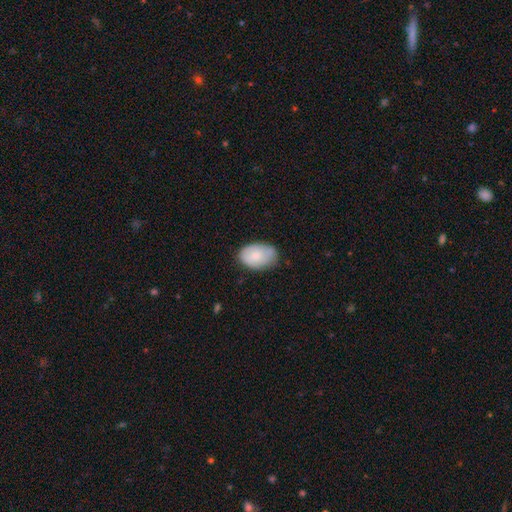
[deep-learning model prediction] This appears to be a smooth galaxy with no disk features (76%) that is in between round and cigar-shaped (88%). Merging: none (67%).